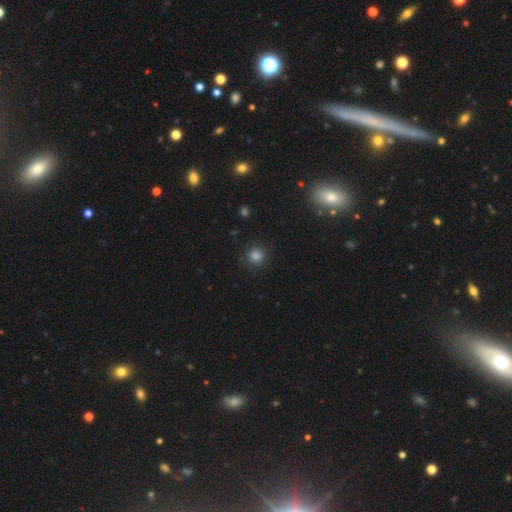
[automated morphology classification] This appears to be a smooth galaxy with no disk features (83%) that is round (92%). Merging: none (88%).